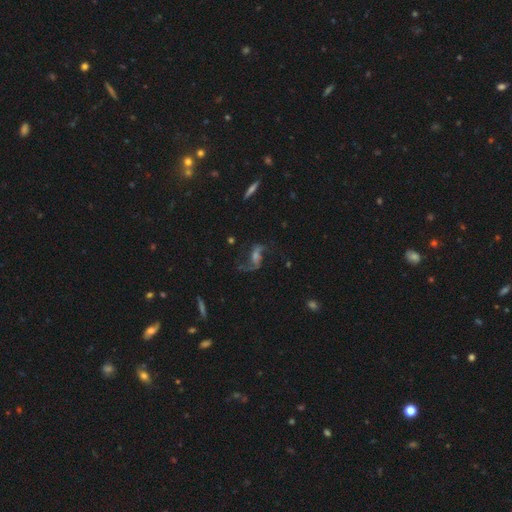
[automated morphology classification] This appears to be a featured or disk galaxy (79%) with a weak bar (44%), 2 (89%) loose (75%) spiral arms (94%) and a moderate central bulge (37%). Merging: none (67%).